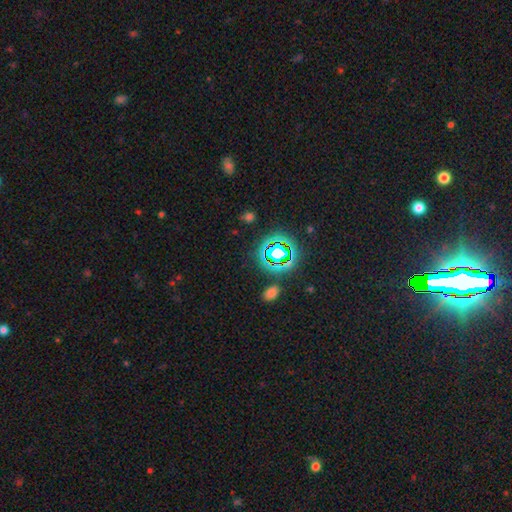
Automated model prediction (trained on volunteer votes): Smooth or featured: star or artifact — 79% (smooth — 13%)